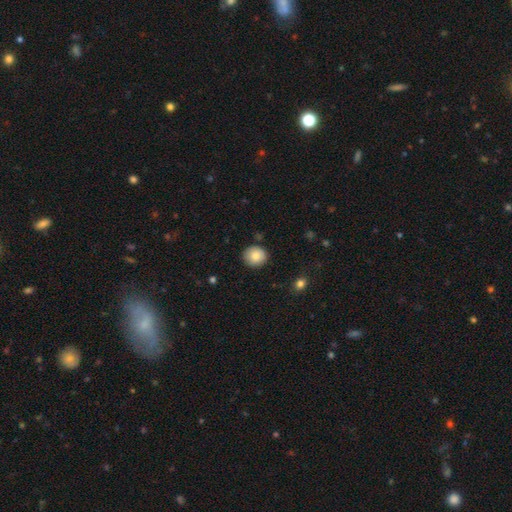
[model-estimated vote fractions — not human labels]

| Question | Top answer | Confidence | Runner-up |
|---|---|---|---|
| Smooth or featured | smooth | 84% | star or artifact (8%) |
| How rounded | round | 82% | in between (17%) |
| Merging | none | 87% | minor disturbance (10%) |